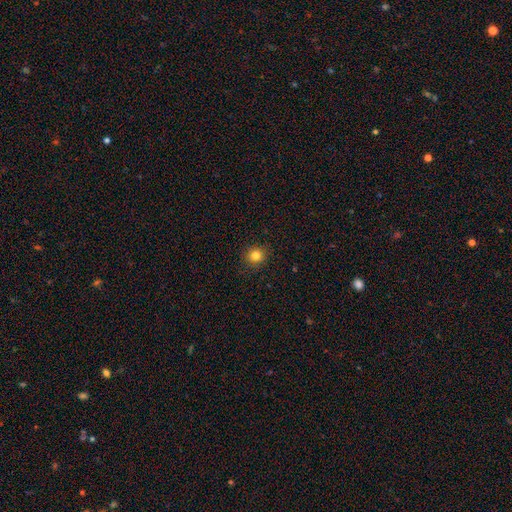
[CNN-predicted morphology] The model was most divided on "smooth or featured": smooth: 81%, star or artifact: 13%, featured or disk: 6%. More confident: merging — none (91%); how rounded — round (90%).